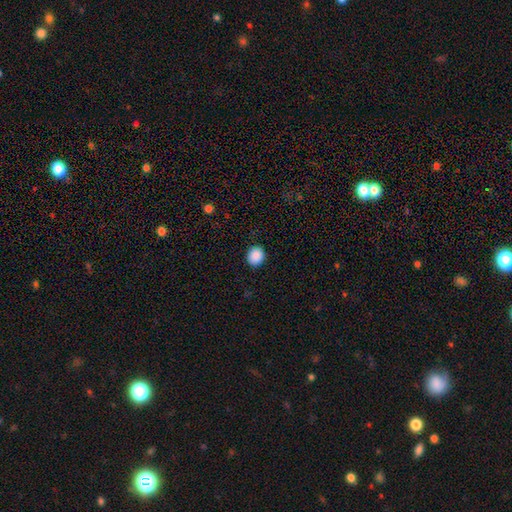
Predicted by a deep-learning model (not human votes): This is clearly a smooth galaxy (89%). How rounded: likely round (77%). Merging: clearly none (92%).